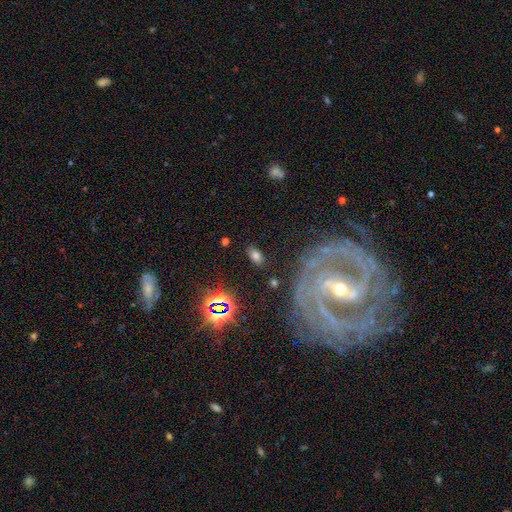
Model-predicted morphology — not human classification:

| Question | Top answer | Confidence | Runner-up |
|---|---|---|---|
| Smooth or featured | smooth | 69% | star or artifact (18%) |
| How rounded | in between | 90% | round (7%) |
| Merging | none | 83% | minor disturbance (11%) |